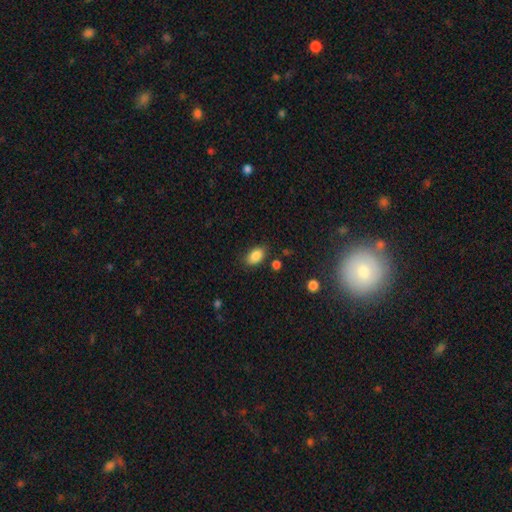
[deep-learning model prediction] Overall: smooth (86%). How rounded: in between (89%). Merging: none (82%).